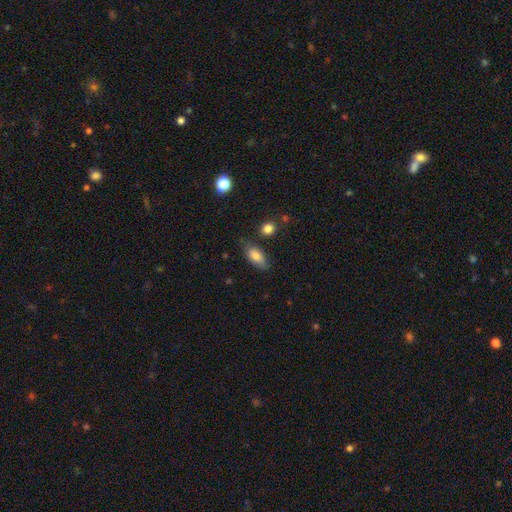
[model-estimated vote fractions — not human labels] Morphology: type=smooth (82%); roundness=in between (87%); merging=none (72%).